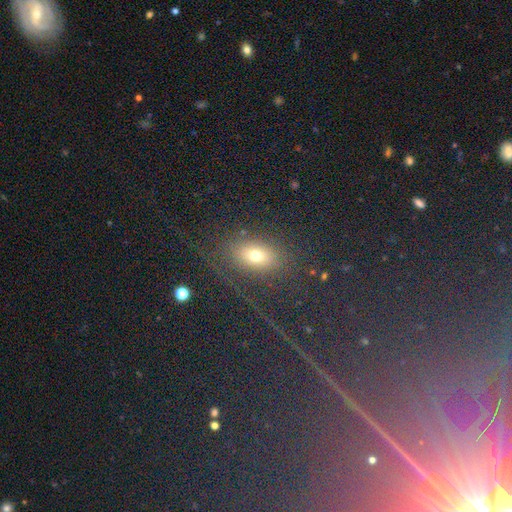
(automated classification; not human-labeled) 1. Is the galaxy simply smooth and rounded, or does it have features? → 59% smooth, 21% featured or disk, 20% star or artifact.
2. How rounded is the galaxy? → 72% in between, 24% round, 4% cigar-shaped.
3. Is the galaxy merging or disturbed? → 72% none, 14% major disturbance, 12% minor disturbance, 3% merger.